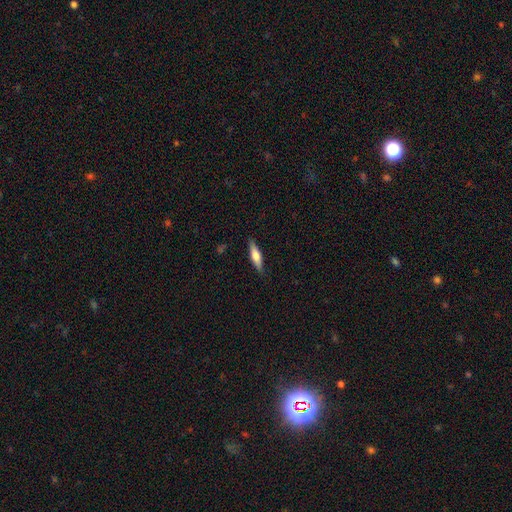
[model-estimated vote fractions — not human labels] smooth 50%, featured or disk 44%, star or artifact 6%. Down the decision tree: how rounded — cigar-shaped (70%); merging — none (88%).